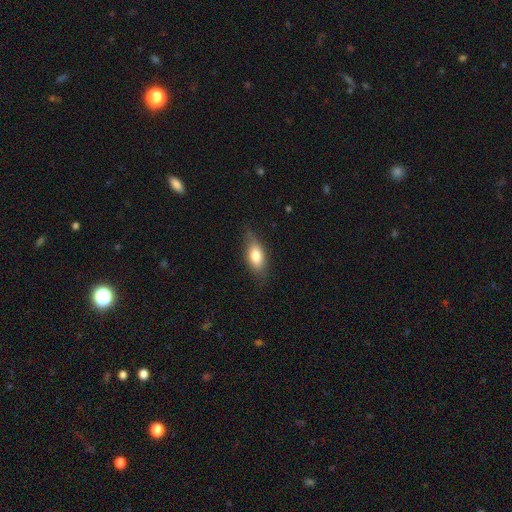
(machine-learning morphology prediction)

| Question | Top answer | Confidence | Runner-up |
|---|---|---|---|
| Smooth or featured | smooth | 76% | featured or disk (17%) |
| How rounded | in between | 82% | cigar-shaped (14%) |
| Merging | none | 72% | minor disturbance (22%) |